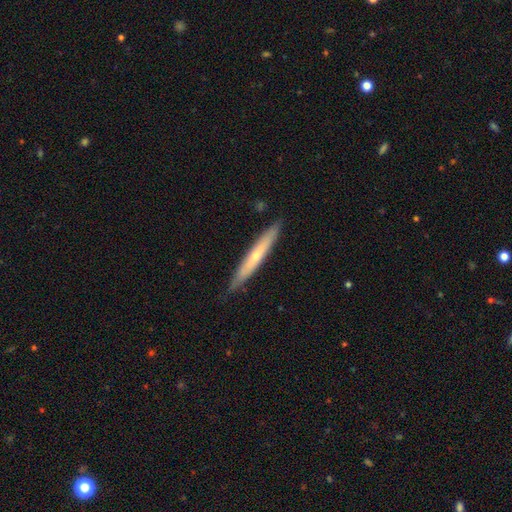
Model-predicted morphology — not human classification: Smooth or featured: featured or disk — 49% (smooth — 46%)
Merging: none — 87% (minor disturbance — 10%)